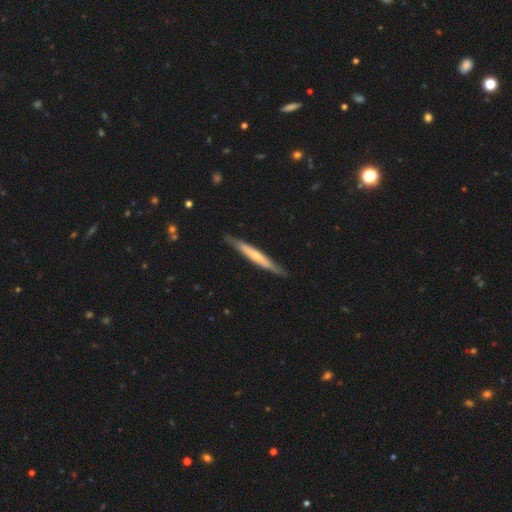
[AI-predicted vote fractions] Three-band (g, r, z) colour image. It shows a featured or disk galaxy (52%) viewed edge-on (91%). Merging: none (85%).